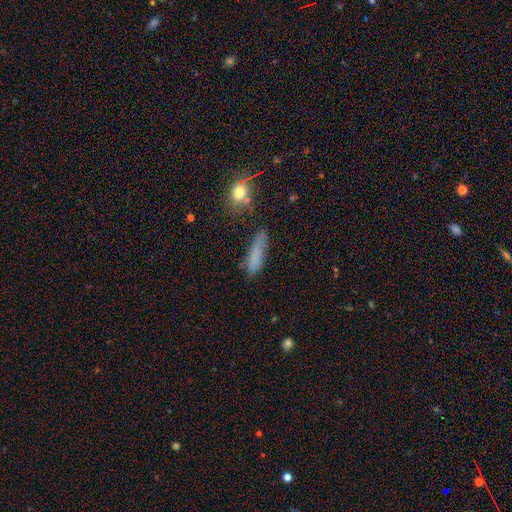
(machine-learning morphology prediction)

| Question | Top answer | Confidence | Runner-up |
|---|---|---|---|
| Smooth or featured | smooth | 77% | featured or disk (12%) |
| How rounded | cigar-shaped | 67% | in between (30%) |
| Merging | none | 64% | minor disturbance (24%) |